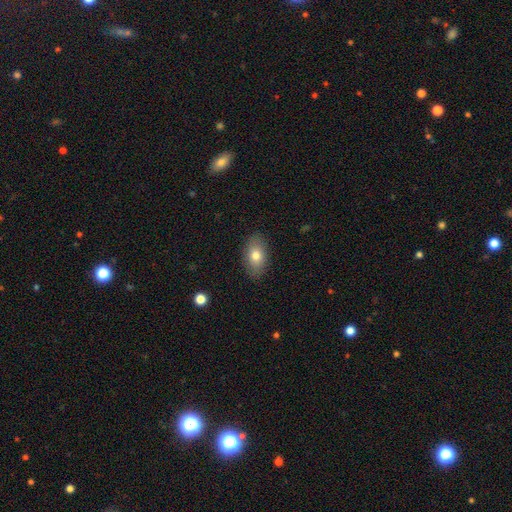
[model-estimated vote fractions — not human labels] smooth-or-featured: smooth: 76% | featured or disk: 16% | star or artifact: 8%
  how-rounded: in between: 89% | round: 9% | cigar-shaped: 2%
  merging: none: 87% | minor disturbance: 9% | major disturbance: 2% | merger: 1%